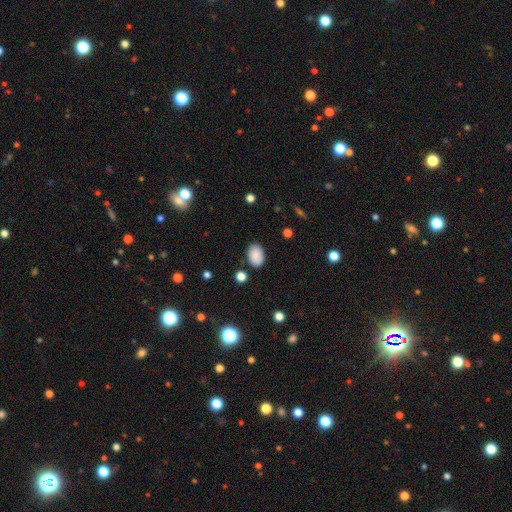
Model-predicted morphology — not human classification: smooth-or-featured: smooth: 88% | star or artifact: 8% | featured or disk: 4%
  how-rounded: in between: 87% | round: 12% | cigar-shaped: 1%
  merging: none: 86% | minor disturbance: 10% | major disturbance: 3% | merger: 2%